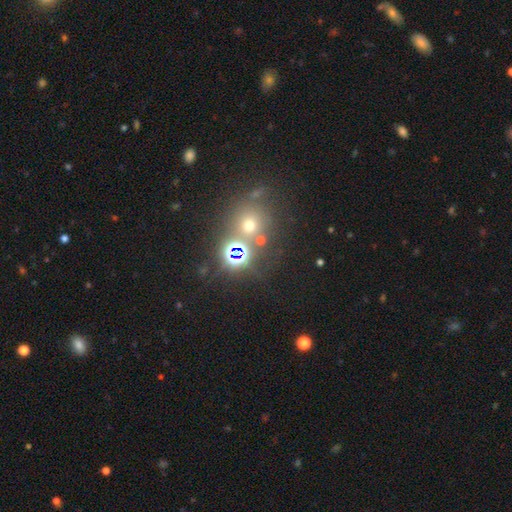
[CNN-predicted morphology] A star or artifact, not a galaxy (48%).

Vote fractions:
- Smooth or featured? star or artifact: 48% / smooth: 38% / featured or disk: 13%